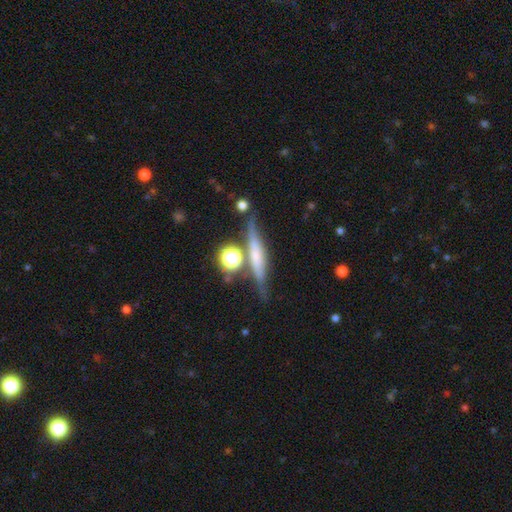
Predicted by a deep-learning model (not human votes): Q: Smooth or featured?
A: featured or disk (55%); runner-up: smooth (34%)
Q: Edge-on disk?
A: yes (92%); runner-up: no (8%)
Q: Edge-on bulge?
A: rounded (50%); runner-up: none (30%)
Q: Merging?
A: none (73%); runner-up: minor disturbance (14%)